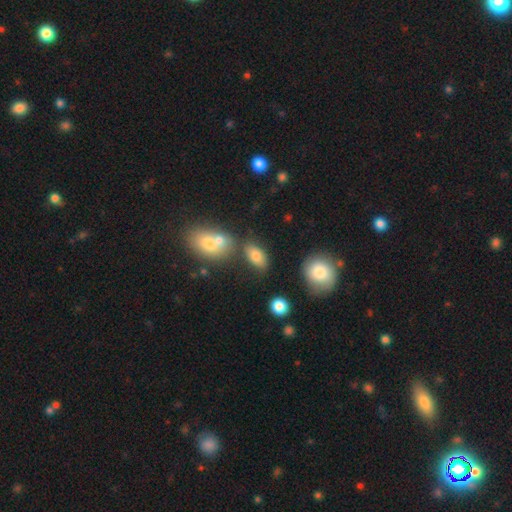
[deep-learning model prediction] This is likely a smooth galaxy (80%). How rounded: clearly in between (90%). Merging: likely none (69%).